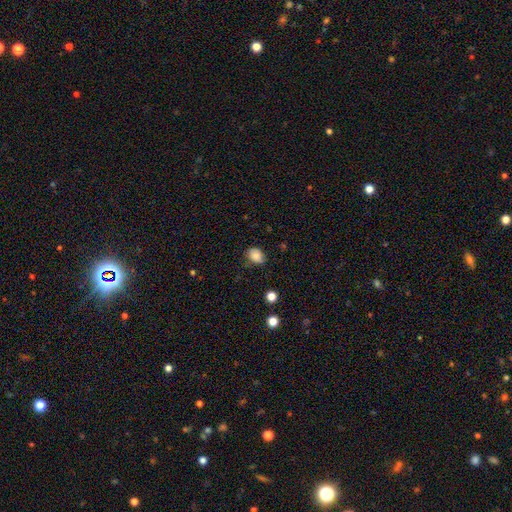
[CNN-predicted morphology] Smooth or featured: smooth — 84% (star or artifact — 9%)
How rounded: in between — 66% (round — 33%)
Merging: none — 73% (minor disturbance — 22%)